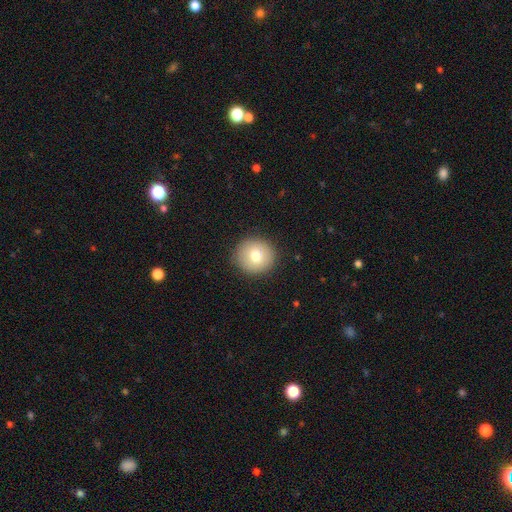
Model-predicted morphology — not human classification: Overall: smooth (76%). How rounded: round (93%). Merging: none (90%).